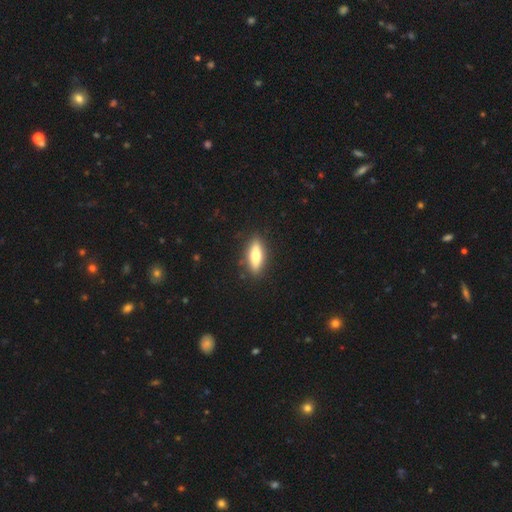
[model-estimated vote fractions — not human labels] smooth 67%, featured or disk 27%, star or artifact 6%. Down the decision tree: how rounded — in between (57%); merging — none (88%).